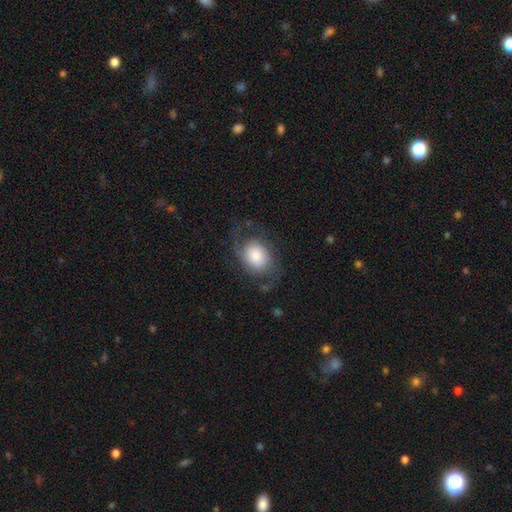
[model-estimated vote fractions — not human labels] A smooth galaxy with no disk features (53%) that is in between round and cigar-shaped (59%).

Vote fractions:
- Smooth or featured? smooth: 53% / featured or disk: 39% / star or artifact: 8%
- How rounded? in between: 59% / round: 40% / cigar-shaped: 1%
- Merging? none: 55% / minor disturbance: 22% / major disturbance: 21% / merger: 2%